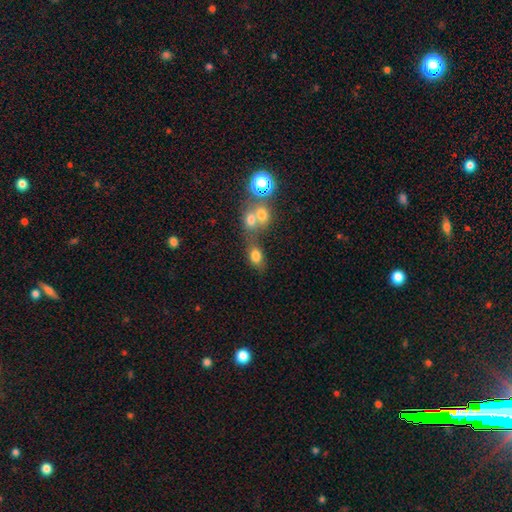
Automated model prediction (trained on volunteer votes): This appears to be a smooth galaxy with no disk features (75%) that is in between round and cigar-shaped (71%). Merging: none (42%).